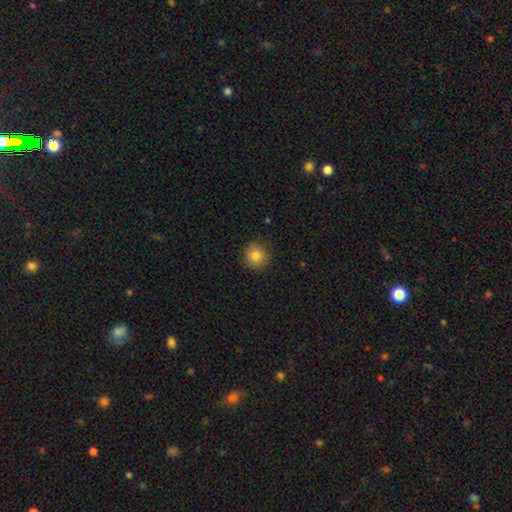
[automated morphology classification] Q: Smooth or featured?
A: smooth (81%); runner-up: star or artifact (11%)
Q: How rounded?
A: round (91%); runner-up: in between (9%)
Q: Merging?
A: none (89%); runner-up: minor disturbance (8%)